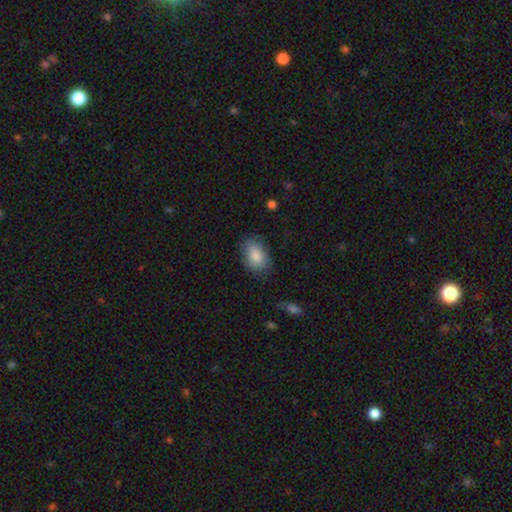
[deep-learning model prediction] Q: Smooth or featured?
A: smooth (86%); runner-up: featured or disk (8%)
Q: How rounded?
A: in between (85%); runner-up: round (14%)
Q: Merging?
A: none (75%); runner-up: minor disturbance (19%)